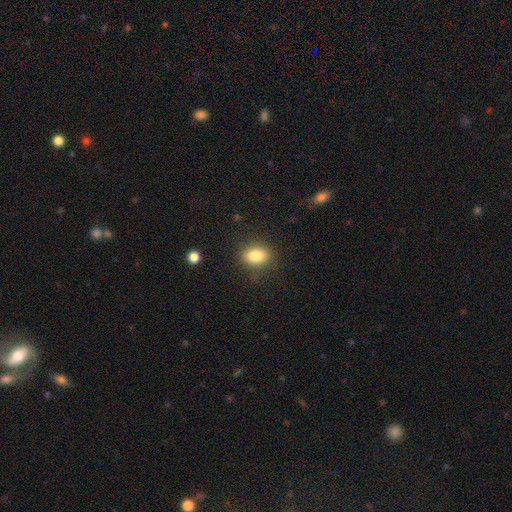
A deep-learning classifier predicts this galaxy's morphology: A smooth galaxy with no disk features (82%) that is in between round and cigar-shaped (73%).

Vote fractions:
- Smooth or featured? smooth: 82% / star or artifact: 9% / featured or disk: 8%
- How rounded? in between: 73% / round: 26% / cigar-shaped: 2%
- Merging? none: 82% / minor disturbance: 13% / major disturbance: 4% / merger: 1%